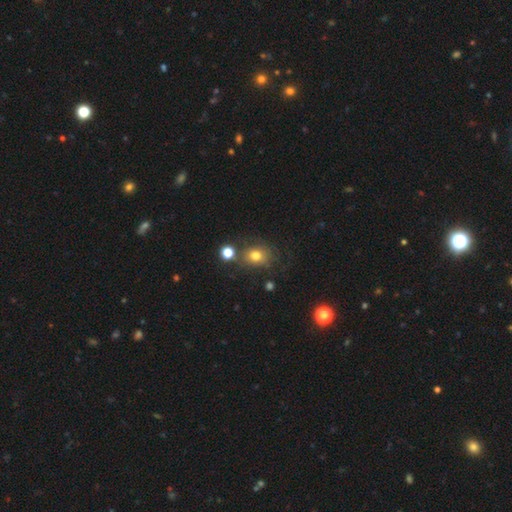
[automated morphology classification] Smooth or featured? Predicted: smooth (p=0.74). How rounded? Predicted: round (p=0.65). Merging? Predicted: none (p=0.64).